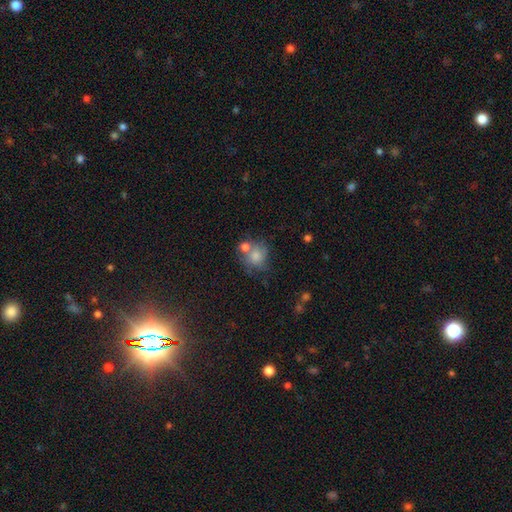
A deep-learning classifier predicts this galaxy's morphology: A smooth galaxy with no disk features (68%) that is round (74%).

Vote fractions:
- Smooth or featured? smooth: 68% / featured or disk: 22% / star or artifact: 9%
- How rounded? round: 74% / in between: 25% / cigar-shaped: 1%
- Merging? none: 39% / merger: 32% / minor disturbance: 18% / major disturbance: 11%